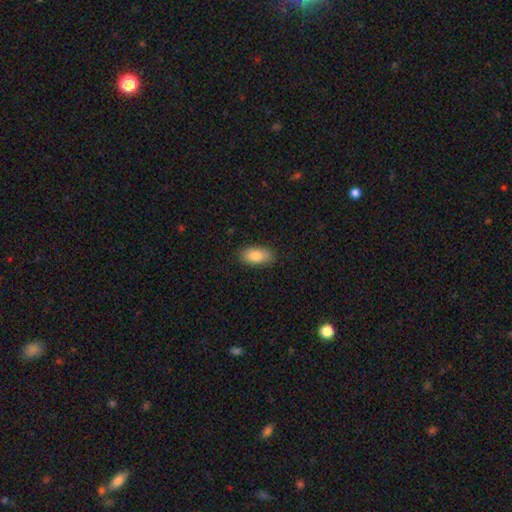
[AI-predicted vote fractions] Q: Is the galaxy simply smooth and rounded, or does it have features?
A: smooth — 84%.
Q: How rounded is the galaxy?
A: in between — 92%.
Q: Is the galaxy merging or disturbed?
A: none — 87%.